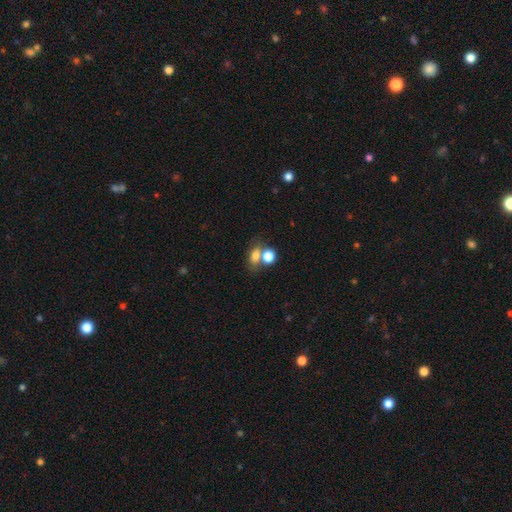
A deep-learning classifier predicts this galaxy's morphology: Smooth or featured? smooth (73%)
How rounded? in between (63%)
Merging? merger (43%)